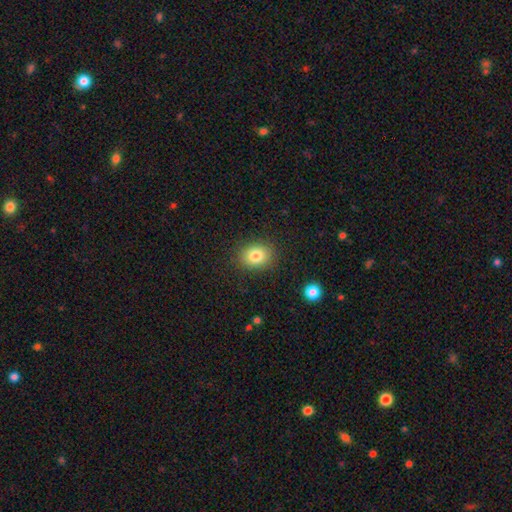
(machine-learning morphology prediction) A smooth galaxy with no disk features (82%) that is round (51%). Merging: none (87%).